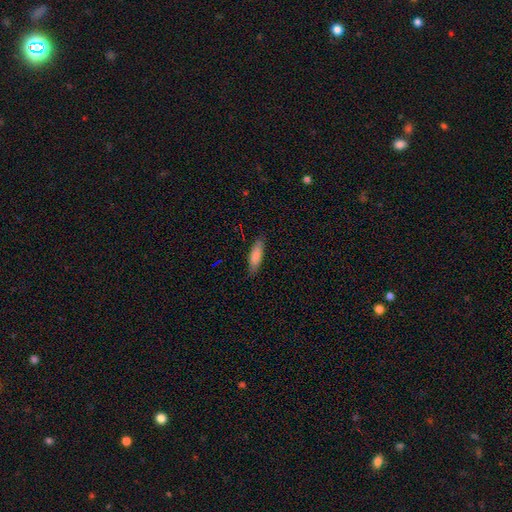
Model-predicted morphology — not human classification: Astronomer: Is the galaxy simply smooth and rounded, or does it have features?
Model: smooth — 83%.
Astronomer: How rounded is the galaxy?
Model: cigar-shaped — 52% (runner-up: in between, 47%).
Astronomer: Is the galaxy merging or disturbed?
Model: none — 82%.